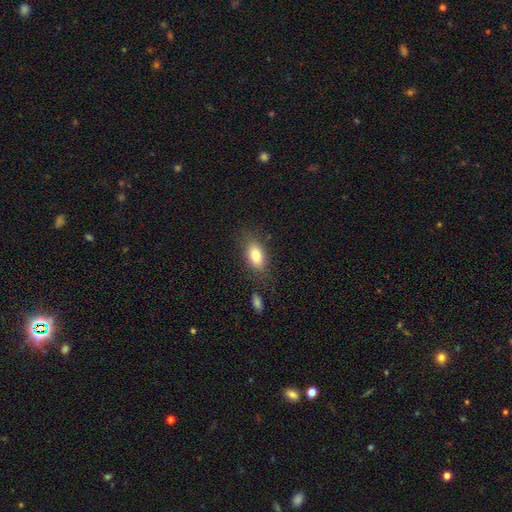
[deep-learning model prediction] Smooth or featured?
  - smooth: 81% *
  - featured or disk: 11%
  - star or artifact: 8%
How rounded?
  - in between: 88% *
  - round: 8%
  - cigar-shaped: 4%
Merging?
  - none: 78% *
  - minor disturbance: 14%
  - major disturbance: 4%
  - merger: 4%